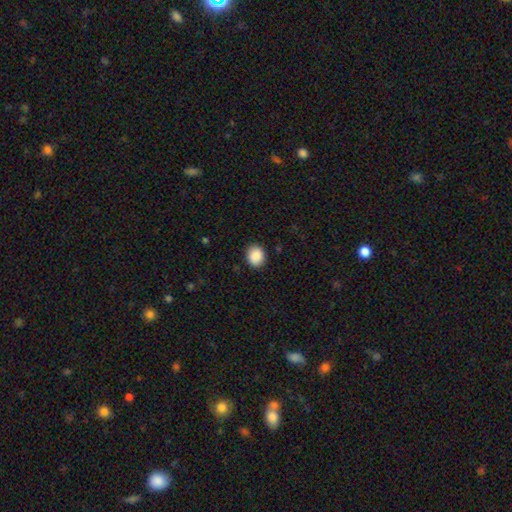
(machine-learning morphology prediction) Smooth or featured: smooth — 89% (star or artifact — 8%)
How rounded: round — 68% (in between — 32%)
Merging: none — 90% (minor disturbance — 7%)